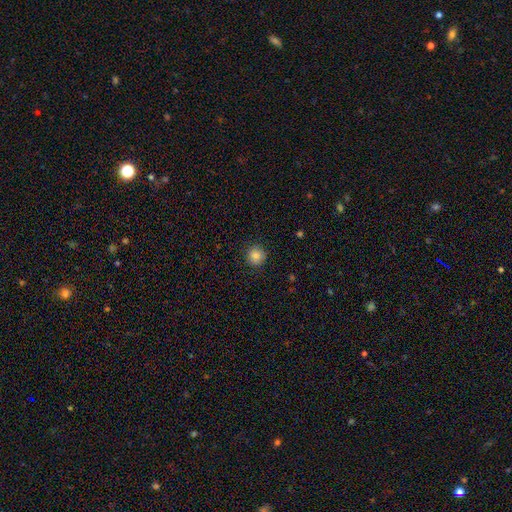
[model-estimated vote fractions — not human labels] The model was most divided on "smooth or featured": smooth: 84%, star or artifact: 11%, featured or disk: 5%. More confident: how rounded — round (94%); merging — none (90%).